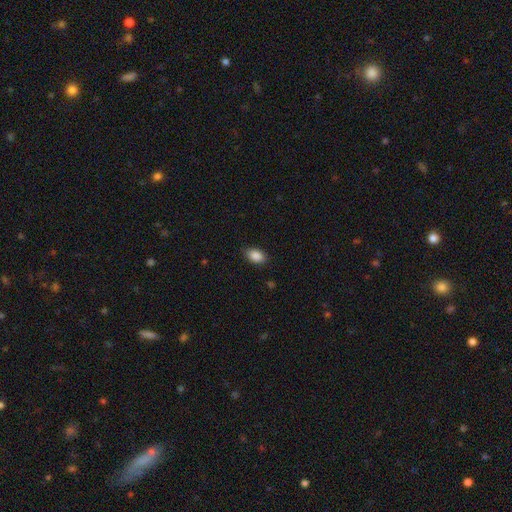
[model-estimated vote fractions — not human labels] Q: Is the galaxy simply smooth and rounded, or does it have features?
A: smooth — 89%.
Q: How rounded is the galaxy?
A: in between — 89%.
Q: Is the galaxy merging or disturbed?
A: none — 85%.